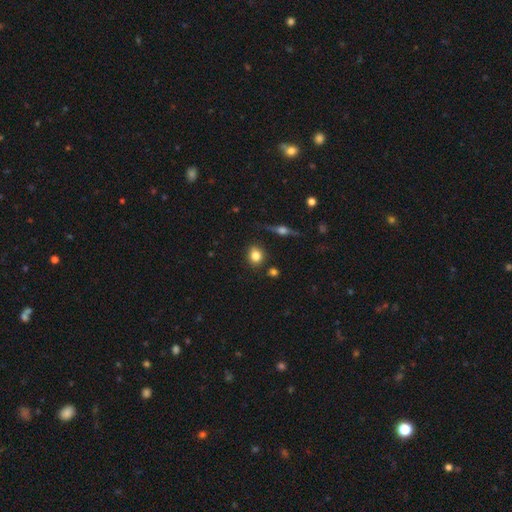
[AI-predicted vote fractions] Smooth or featured? smooth (80%)
How rounded? round (69%)
Merging? none (84%)